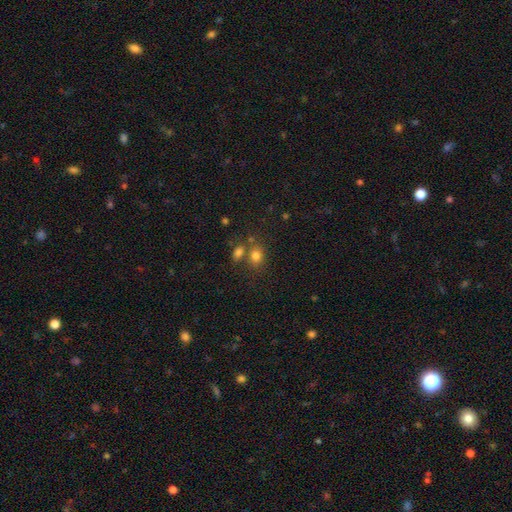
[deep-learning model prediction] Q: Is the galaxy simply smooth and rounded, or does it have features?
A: smooth — 78%.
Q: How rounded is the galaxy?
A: in between — 54%.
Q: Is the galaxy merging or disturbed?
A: none — 56%.